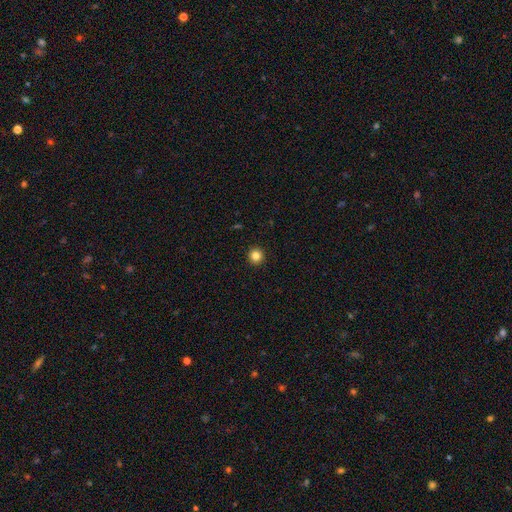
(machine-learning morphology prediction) smooth-or-featured: smooth: 84% | star or artifact: 12% | featured or disk: 4%
  how-rounded: round: 96% | in between: 3% | cigar-shaped: 1%
  merging: none: 93% | minor disturbance: 4% | major disturbance: 1% | merger: 1%